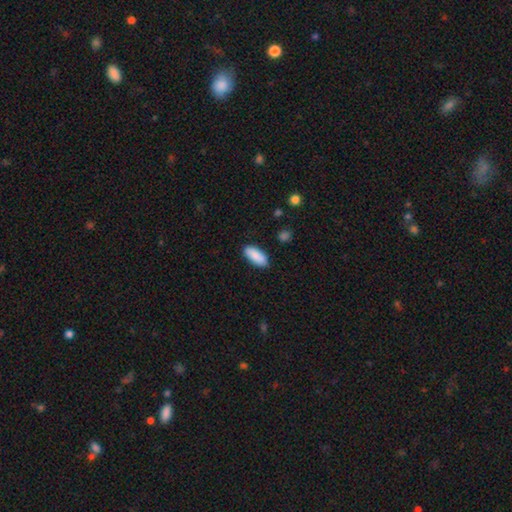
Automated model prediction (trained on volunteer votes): smooth_or_featured: smooth (p=0.89) [alt: star or artifact p=0.06]
how_rounded: in between (p=0.83) [alt: cigar-shaped p=0.15]
merging: none (p=0.87) [alt: minor disturbance p=0.10]